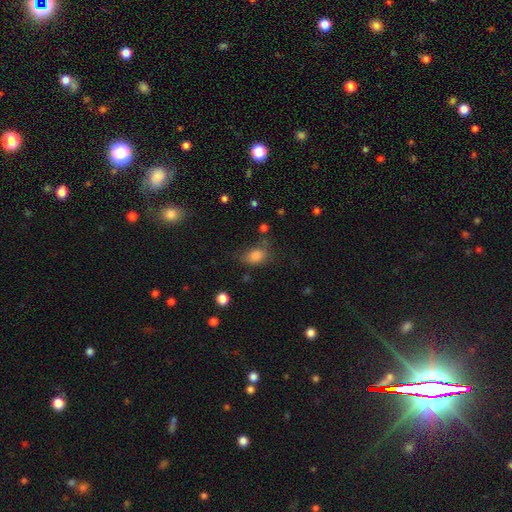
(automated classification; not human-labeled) The model was most divided on "merging": none: 54%, minor disturbance: 28%, major disturbance: 13%, merger: 5%. More confident: smooth or featured — smooth (80%); how rounded — in between (78%).